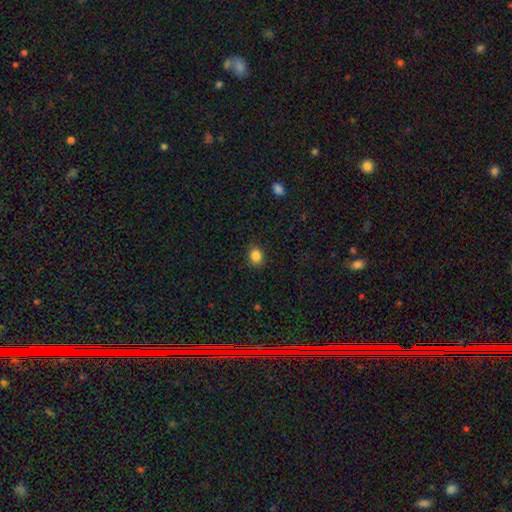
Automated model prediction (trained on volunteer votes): Smooth or featured? Predicted: smooth (p=0.86). How rounded? Predicted: round (p=0.62). Merging? Predicted: none (p=0.88).